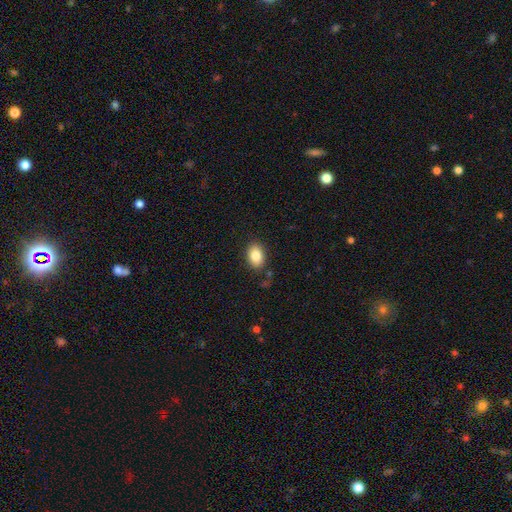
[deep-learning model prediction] smooth-or-featured: smooth: 85% | star or artifact: 8% | featured or disk: 7%
  how-rounded: in between: 81% | round: 17% | cigar-shaped: 1%
  merging: none: 86% | minor disturbance: 10% | major disturbance: 3% | merger: 2%